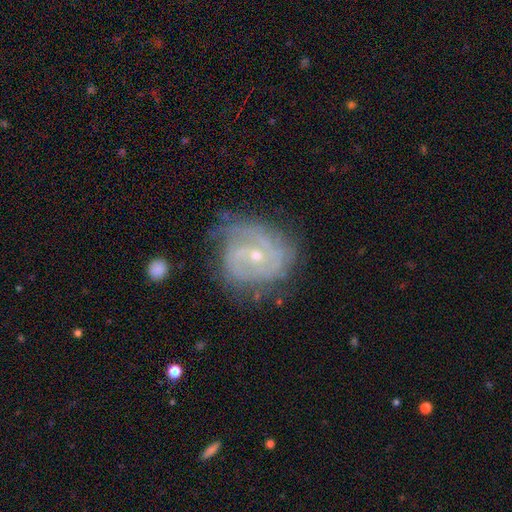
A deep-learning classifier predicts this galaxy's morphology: Smooth or featured?
  - featured or disk: 82% *
  - smooth: 11%
  - star or artifact: 7%
Edge-on disk?
  - no: 97% *
  - yes: 3%
Bar?
  - no: 61% *
  - weak: 31%
  - strong: 7%
Spiral arms?
  - yes: 92% *
  - no: 8%
Spiral winding?
  - tight: 59% *
  - medium: 32%
  - loose: 9%
Spiral arm count?
  - 2: 36% *
  - can't tell: 32%
  - 3: 17%
  - 4: 6%
  - 1: 5%
  - more than 4: 4%
Bulge size?
  - small: 69% *
  - moderate: 29%
  - large: 1%
  - none: 1%
  - dominant: 1%
Merging?
  - none: 62% *
  - minor disturbance: 24%
  - major disturbance: 12%
  - merger: 2%